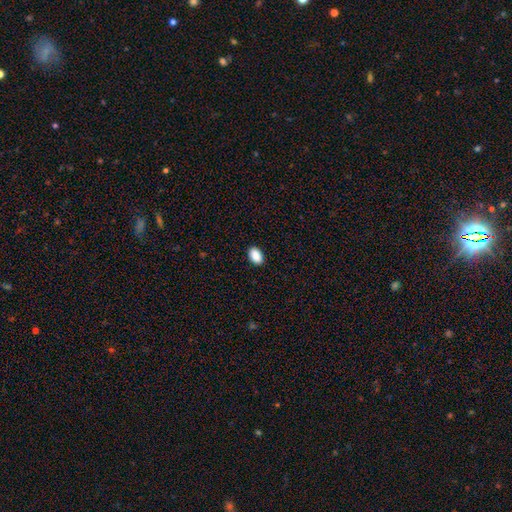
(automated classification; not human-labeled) Smooth or featured? smooth (91%)
How rounded? in between (90%)
Merging? none (90%)